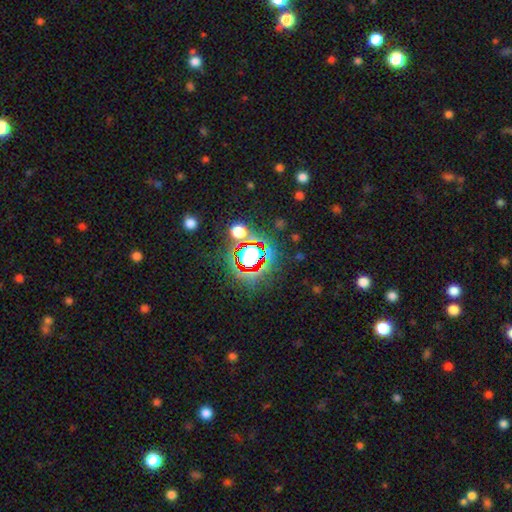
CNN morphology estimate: Smooth or featured? star or artifact (67%)